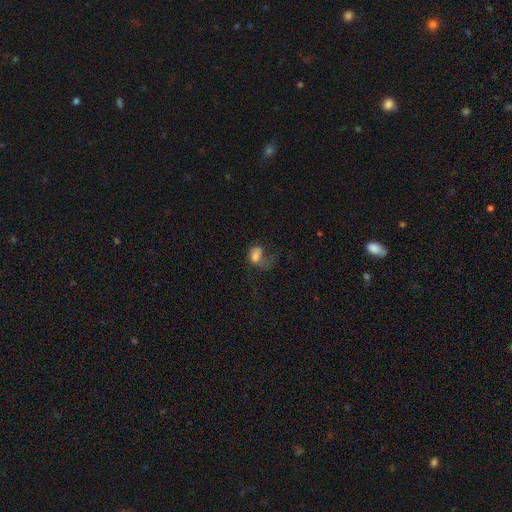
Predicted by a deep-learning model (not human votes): smooth-or-featured: smooth: 66% | featured or disk: 22% | star or artifact: 12%
  how-rounded: in between: 77% | round: 21% | cigar-shaped: 2%
  merging: major disturbance: 61% | none: 18% | minor disturbance: 16% | merger: 5%